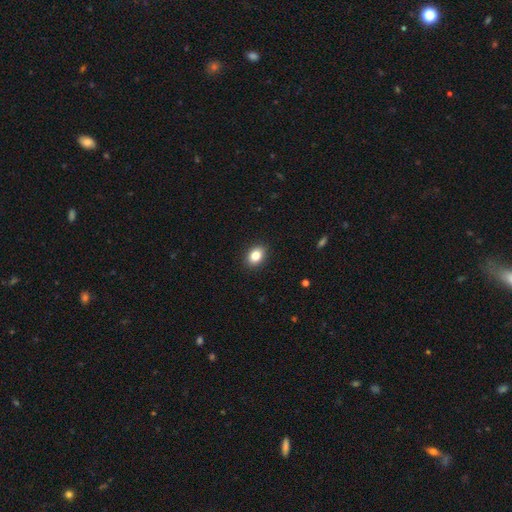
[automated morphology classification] Q: Smooth or featured?
A: smooth (84%); runner-up: star or artifact (9%)
Q: How rounded?
A: in between (69%); runner-up: round (29%)
Q: Merging?
A: none (90%); runner-up: minor disturbance (7%)